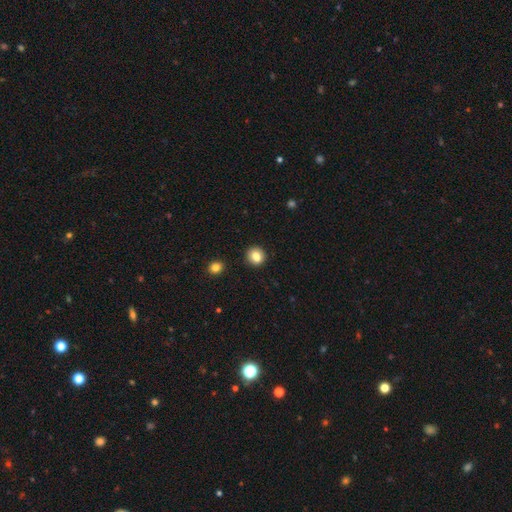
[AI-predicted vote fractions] The model was most divided on "smooth or featured": smooth: 81%, star or artifact: 11%, featured or disk: 8%. More confident: merging — none (86%); how rounded — round (85%).